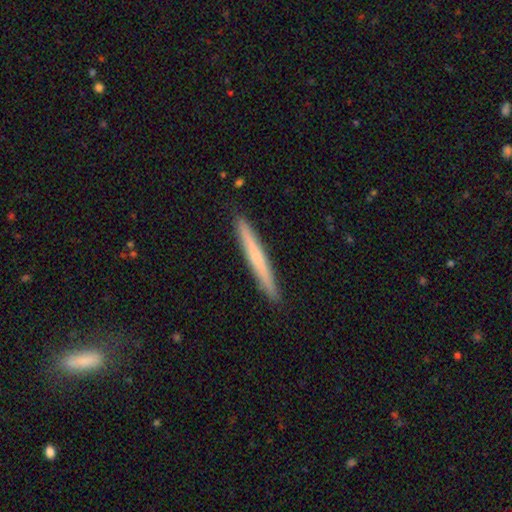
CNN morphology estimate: smooth_or_featured: smooth (p=0.57) [alt: featured or disk p=0.38]
how_rounded: cigar-shaped (p=0.97) [alt: in between p=0.02]
merging: none (p=0.92) [alt: minor disturbance p=0.06]